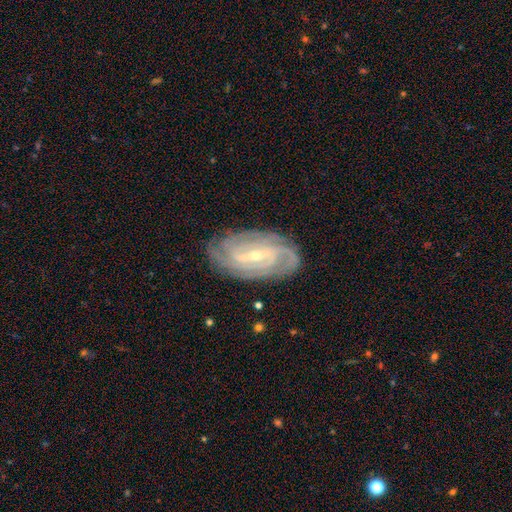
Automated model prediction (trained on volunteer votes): A featured or disk galaxy (89%) with a weak bar (44%), 4 (25%) tight (65%) spiral arms (97%) and a small central bulge (66%). Merging: none (81%).